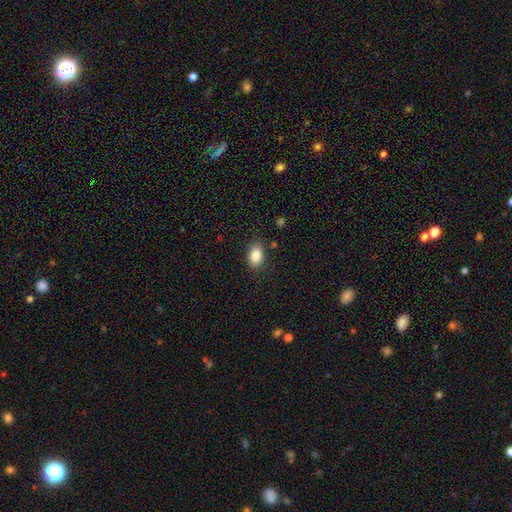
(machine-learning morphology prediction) Overall: smooth (84%). How rounded: in between (83%). Merging: none (84%).